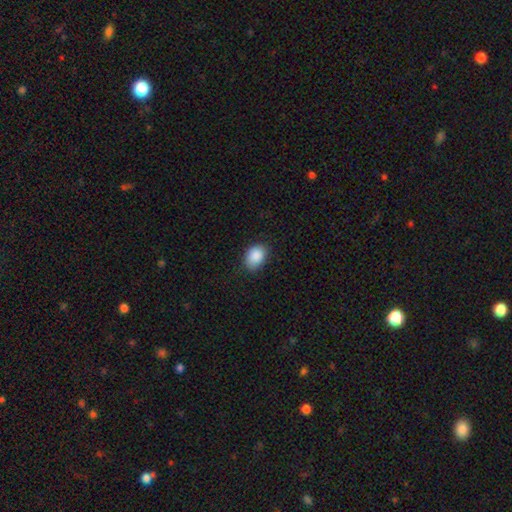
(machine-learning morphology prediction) This appears to be a smooth galaxy with no disk features (89%) that is in between round and cigar-shaped (76%). Merging: none (80%).